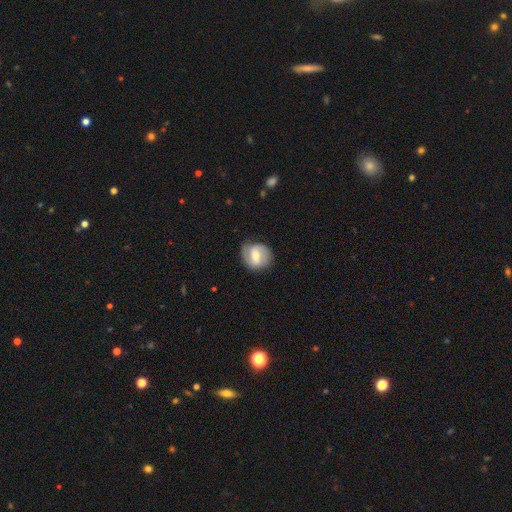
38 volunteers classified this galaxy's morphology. Overall: featured or disk (68%; smooth 29%). Edge-on disk: no (96%). Bar: weak (64%). Spiral arms: yes (88%). Spiral arm count: 2 (86%). Spiral winding: medium (50%; loose 32%). Bulge size: moderate (68%). Merging: none (84%).